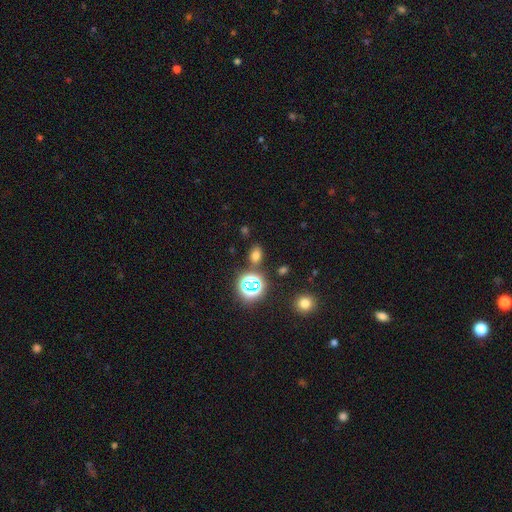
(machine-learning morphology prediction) This is likely a smooth galaxy (65%). How rounded: likely in between (70%). Merging: clearly none (81%).